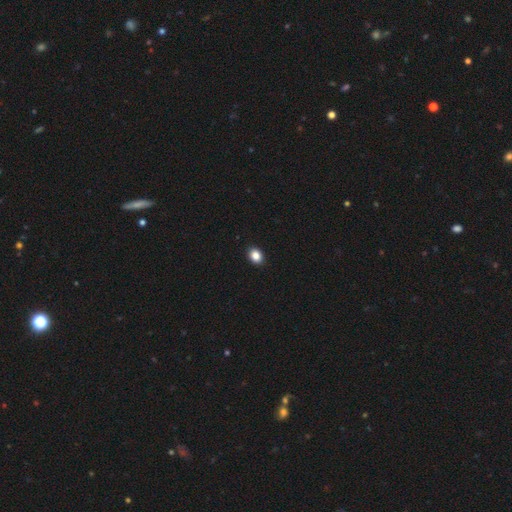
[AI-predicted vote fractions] This appears to be a smooth galaxy with no disk features (85%) that is in between round and cigar-shaped (56%). Merging: none (92%).